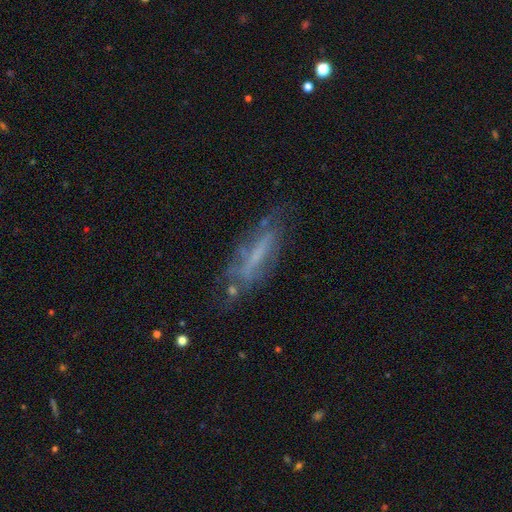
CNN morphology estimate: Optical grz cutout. It shows a featured or disk galaxy (56%). Merging: none (60%).